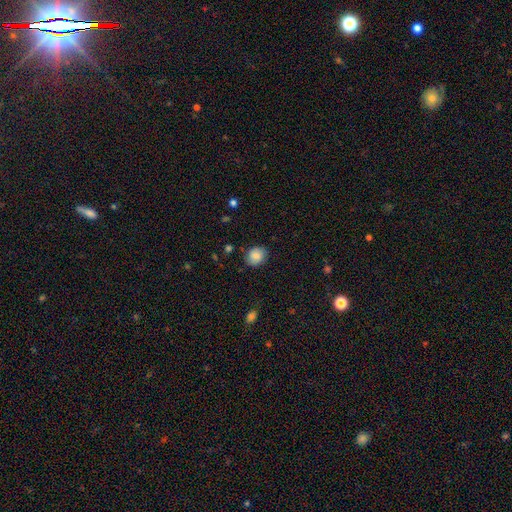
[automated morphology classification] This appears to be a smooth galaxy with no disk features (83%) that is round (62%). Merging: none (83%).